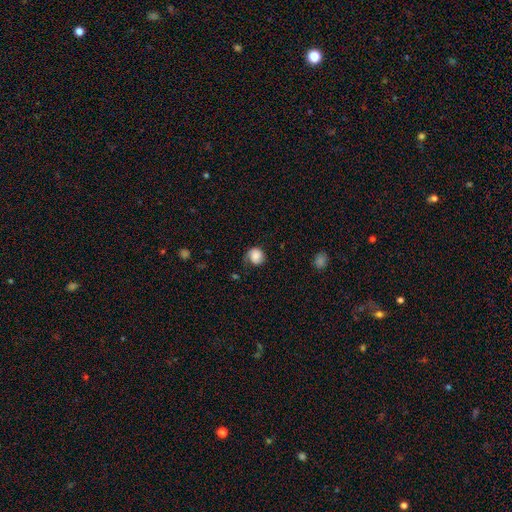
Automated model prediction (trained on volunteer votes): Smooth or featured? smooth (73%)
How rounded? round (81%)
Merging? none (56%)